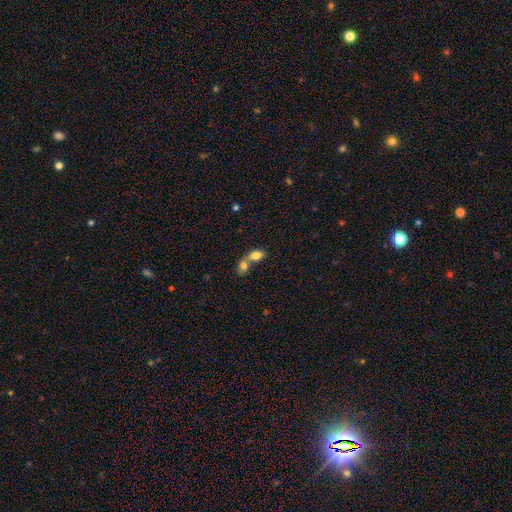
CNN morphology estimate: Smooth or featured: smooth — 80% (featured or disk — 11%)
How rounded: in between — 79% (round — 19%)
Merging: merger — 71% (none — 20%)